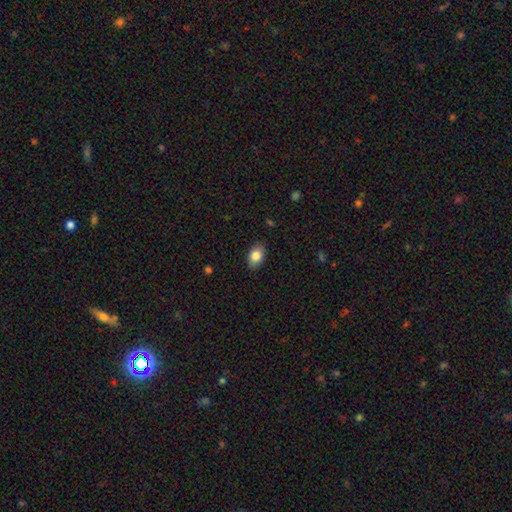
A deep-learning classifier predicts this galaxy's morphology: Smooth or featured? smooth (83%)
How rounded? in between (87%)
Merging? none (86%)